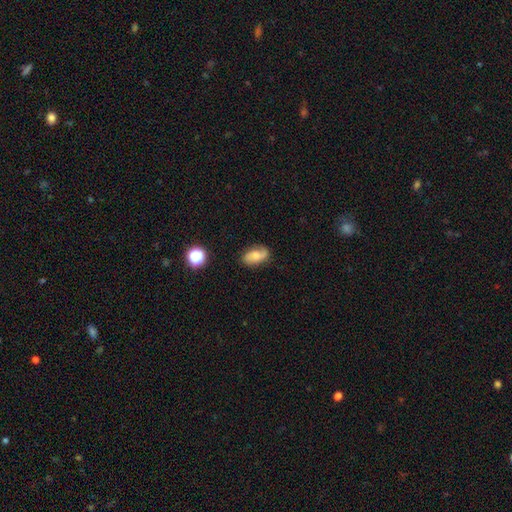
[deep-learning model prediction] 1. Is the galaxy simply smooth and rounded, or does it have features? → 50% smooth, 39% featured or disk, 10% star or artifact.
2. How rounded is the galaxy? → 87% in between, 9% round, 4% cigar-shaped.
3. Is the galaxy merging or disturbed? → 72% none, 20% minor disturbance, 6% major disturbance, 2% merger.